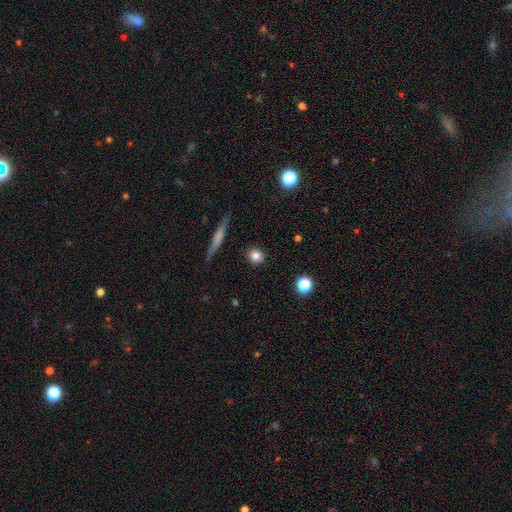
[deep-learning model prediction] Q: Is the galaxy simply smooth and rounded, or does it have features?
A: smooth — 82%.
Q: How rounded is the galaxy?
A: round — 85%.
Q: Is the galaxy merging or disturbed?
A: none — 90%.